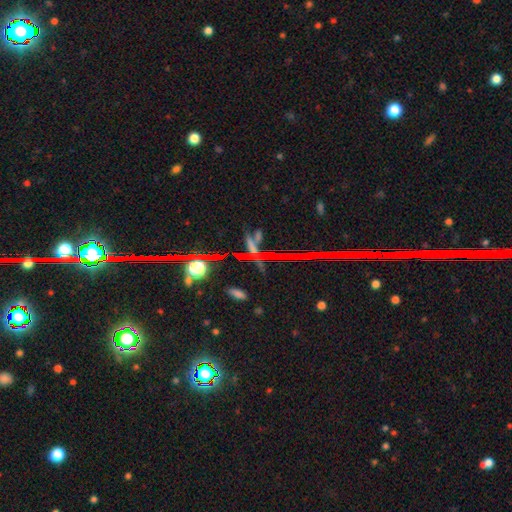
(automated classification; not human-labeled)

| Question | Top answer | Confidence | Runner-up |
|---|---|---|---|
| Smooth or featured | star or artifact | 78% | featured or disk (12%) |